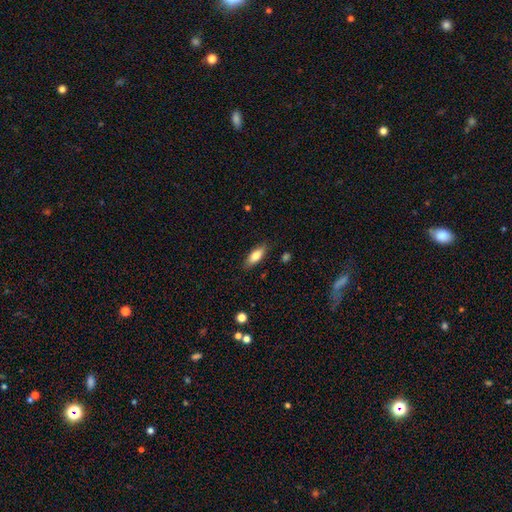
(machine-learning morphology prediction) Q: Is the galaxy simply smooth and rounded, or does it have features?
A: smooth — 80%.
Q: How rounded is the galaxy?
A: in between — 75%.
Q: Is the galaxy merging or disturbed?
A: none — 84%.